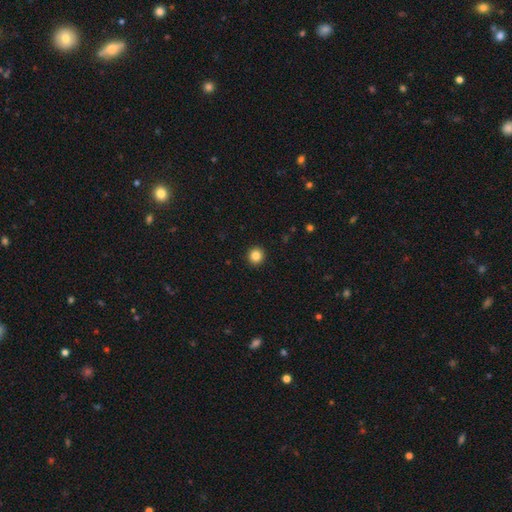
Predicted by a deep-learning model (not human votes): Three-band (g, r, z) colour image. It shows a smooth galaxy with no disk features (84%) that is round (94%). Merging: none (94%).